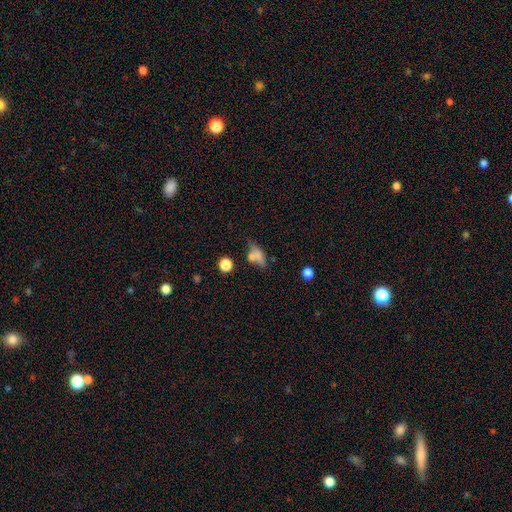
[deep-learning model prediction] This is likely a smooth galaxy (64%). How rounded: likely in between (63%). Merging: possibly none (47%).